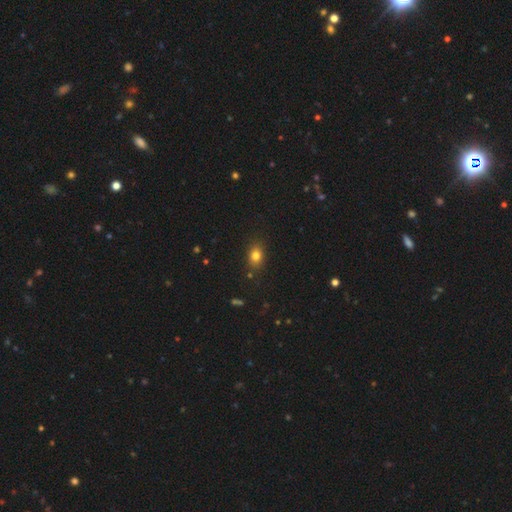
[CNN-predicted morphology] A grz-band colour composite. It shows a smooth galaxy with no disk features (79%) that is in between round and cigar-shaped (64%). Merging: none (85%).